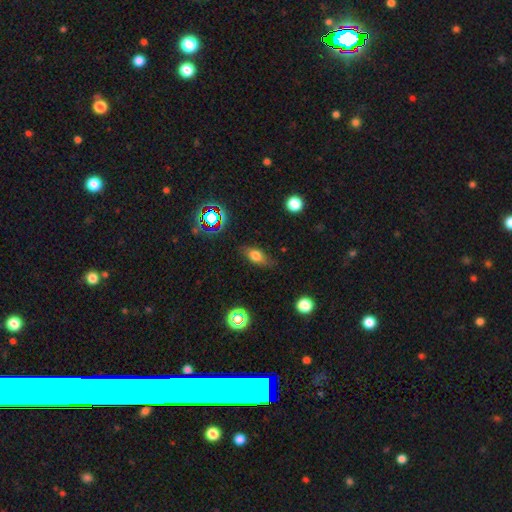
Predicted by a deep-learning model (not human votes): Q: Smooth or featured?
A: smooth (65%); runner-up: featured or disk (23%)
Q: How rounded?
A: in between (76%); runner-up: cigar-shaped (14%)
Q: Merging?
A: none (77%); runner-up: minor disturbance (17%)